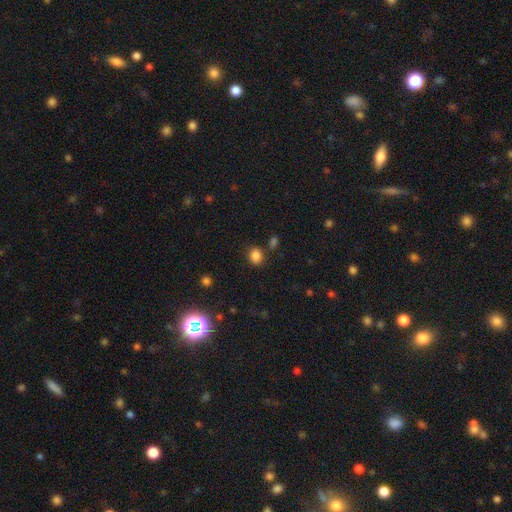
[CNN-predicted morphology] smooth_or_featured: smooth (p=0.83) [alt: star or artifact p=0.13]
how_rounded: round (p=0.65) [alt: in between p=0.34]
merging: none (p=0.79) [alt: minor disturbance p=0.11]